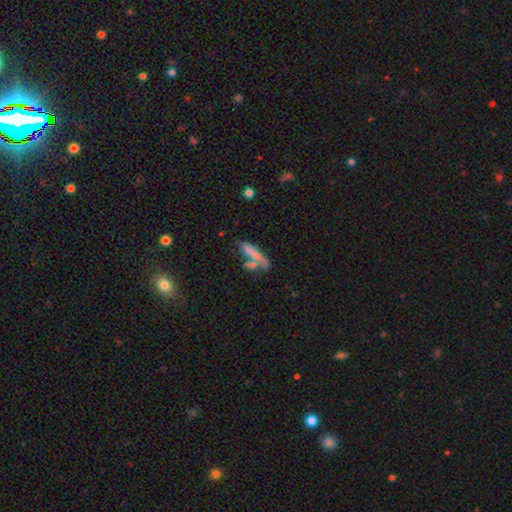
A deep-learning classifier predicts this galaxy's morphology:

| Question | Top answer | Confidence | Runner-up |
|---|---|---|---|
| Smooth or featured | smooth | 66% | featured or disk (24%) |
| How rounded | cigar-shaped | 80% | in between (18%) |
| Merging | none | 47% | merger (32%) |